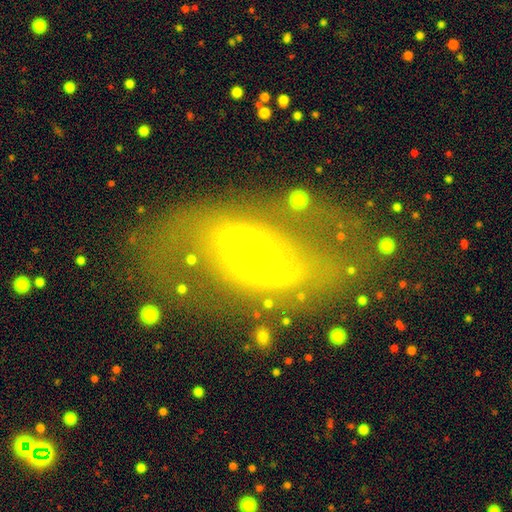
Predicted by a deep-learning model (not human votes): This is likely a featured or disk galaxy (78%). It is clearly not viewed edge-on (95%). Bar: likely no (69%). Spiral arm pattern: clearly yes (85%). Spiral arm count: clearly 2 (81%). Spiral winding: possibly medium (46%). Central bulge: likely small (75%). Merging: likely none (73%).